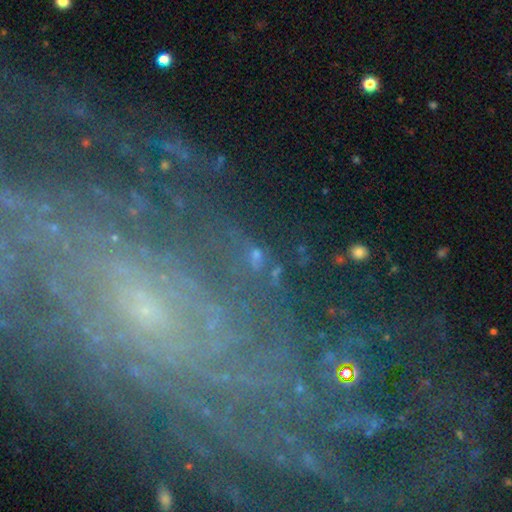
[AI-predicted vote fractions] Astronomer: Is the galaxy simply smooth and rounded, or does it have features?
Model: star or artifact — 50% (runner-up: featured or disk, 27%).